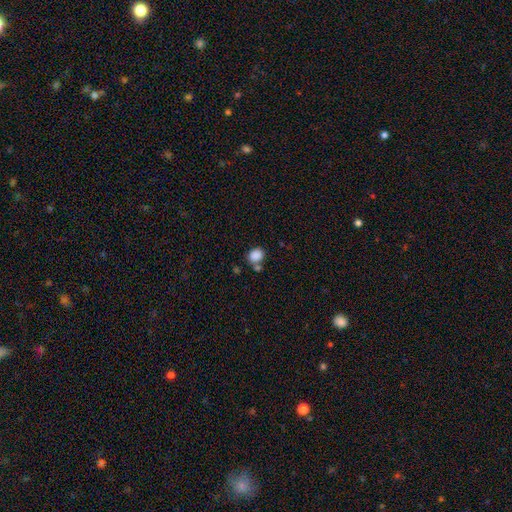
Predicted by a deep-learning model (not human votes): A smooth galaxy with no disk features (86%) that is round (54%).

Vote fractions:
- Smooth or featured? smooth: 86% / star or artifact: 10% / featured or disk: 4%
- How rounded? round: 54% / in between: 45% / cigar-shaped: 1%
- Merging? none: 61% / merger: 22% / minor disturbance: 13% / major disturbance: 5%